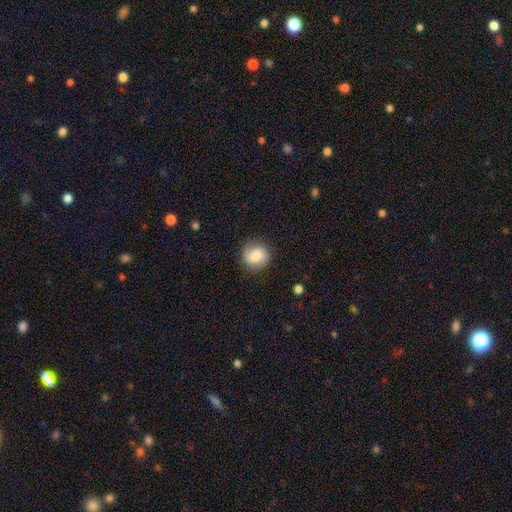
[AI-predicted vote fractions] Q: Smooth or featured?
A: smooth (65%); runner-up: featured or disk (26%)
Q: How rounded?
A: round (90%); runner-up: in between (9%)
Q: Merging?
A: none (85%); runner-up: minor disturbance (10%)